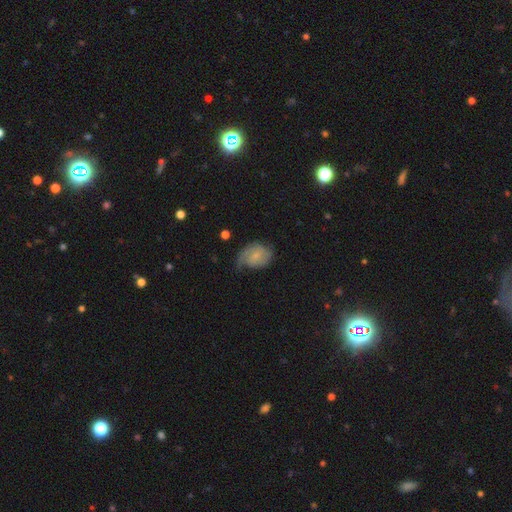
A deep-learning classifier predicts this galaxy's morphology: featured or disk 53%, smooth 40%, star or artifact 7%. Down the decision tree: edge-on disk — no (97%); bar — no (64%); spiral arms — yes (85%); bulge size — small (64%); merging — none (42%).